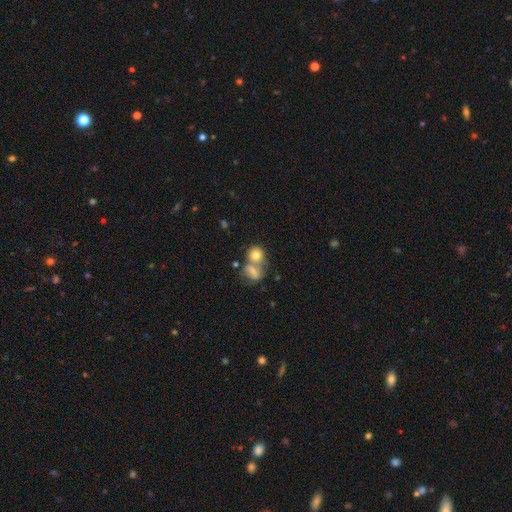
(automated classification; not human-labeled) smooth_or_featured: smooth (p=0.76) [alt: featured or disk p=0.15]
how_rounded: round (p=0.69) [alt: in between p=0.29]
merging: merger (p=0.55) [alt: none p=0.31]